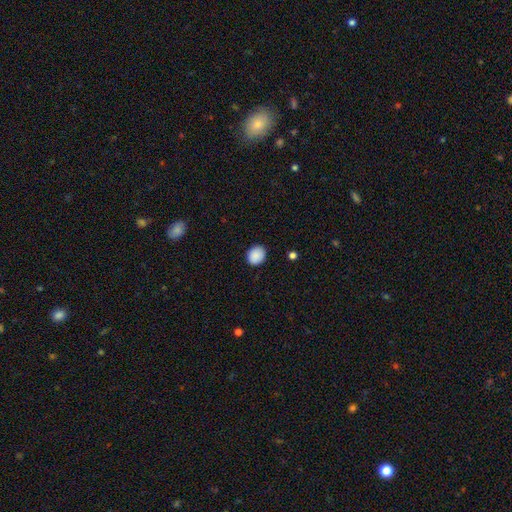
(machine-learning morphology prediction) Smooth or featured: smooth — 89% (star or artifact — 8%)
How rounded: round — 71% (in between — 28%)
Merging: none — 89% (minor disturbance — 8%)